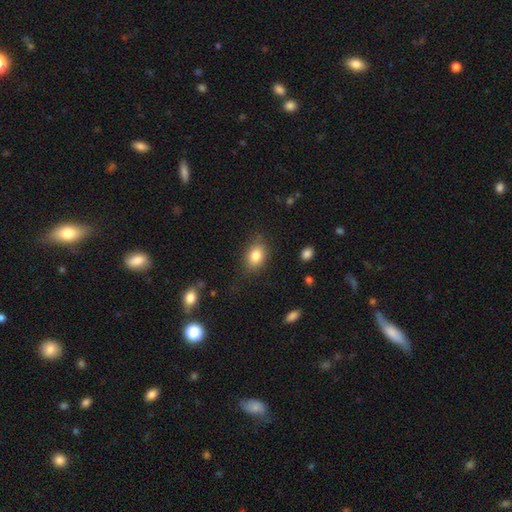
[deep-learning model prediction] Smooth or featured?
  - smooth: 82% *
  - star or artifact: 9%
  - featured or disk: 9%
How rounded?
  - in between: 72% *
  - round: 27%
  - cigar-shaped: 1%
Merging?
  - none: 81% *
  - minor disturbance: 13%
  - major disturbance: 4%
  - merger: 1%